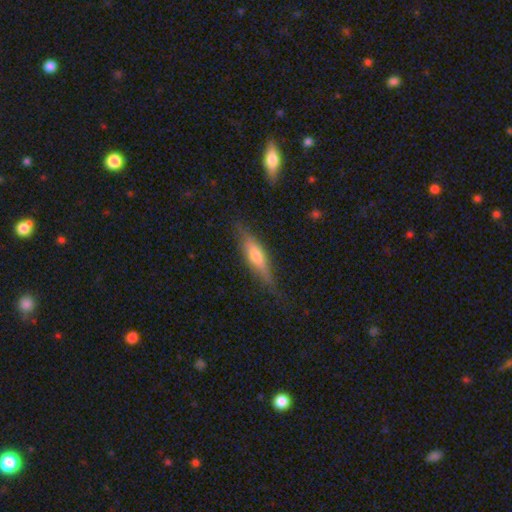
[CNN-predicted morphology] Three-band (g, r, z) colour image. It shows a featured or disk galaxy (49%). Merging: none (77%).